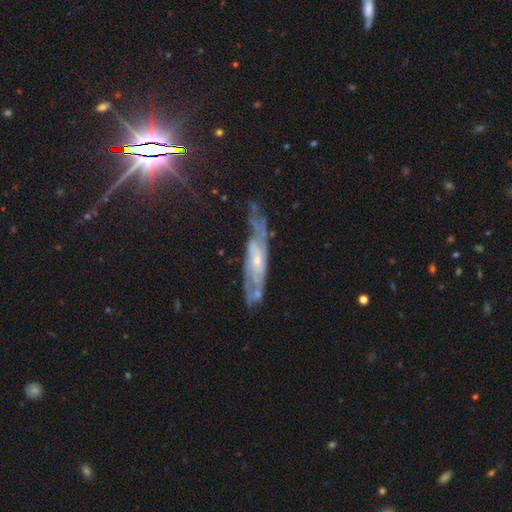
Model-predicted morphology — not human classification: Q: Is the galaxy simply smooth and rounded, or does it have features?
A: featured or disk — 72%.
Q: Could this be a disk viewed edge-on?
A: no — 61%.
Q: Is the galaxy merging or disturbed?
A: none — 63%.